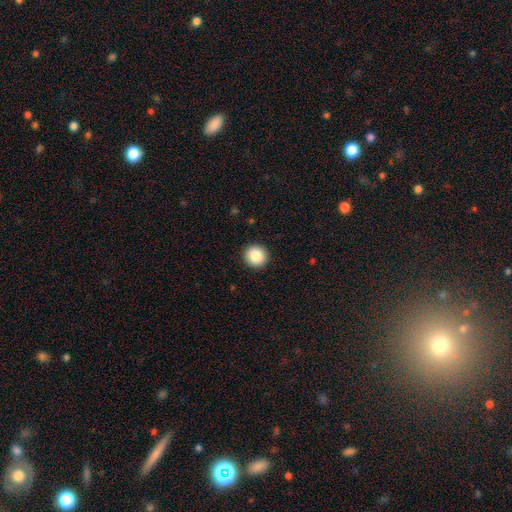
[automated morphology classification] A smooth galaxy with no disk features (86%) that is round (94%). Merging: none (93%).